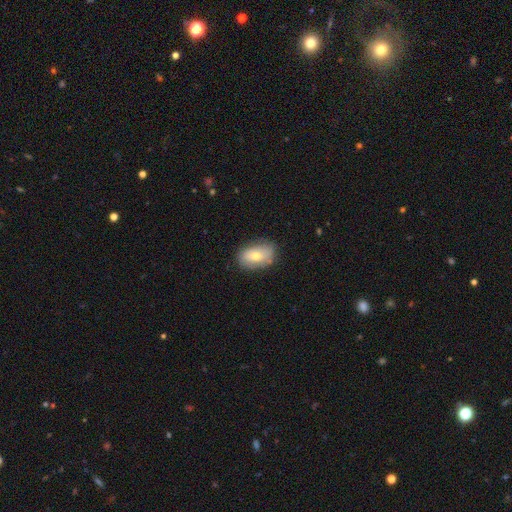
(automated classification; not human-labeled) smooth 62%, featured or disk 31%, star or artifact 8%. Down the decision tree: how rounded — in between (86%); merging — none (76%).